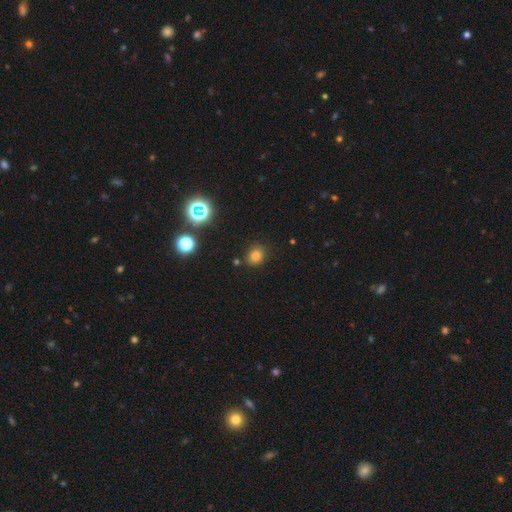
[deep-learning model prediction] This appears to be a smooth galaxy with no disk features (74%) that is round (67%). Merging: none (83%).